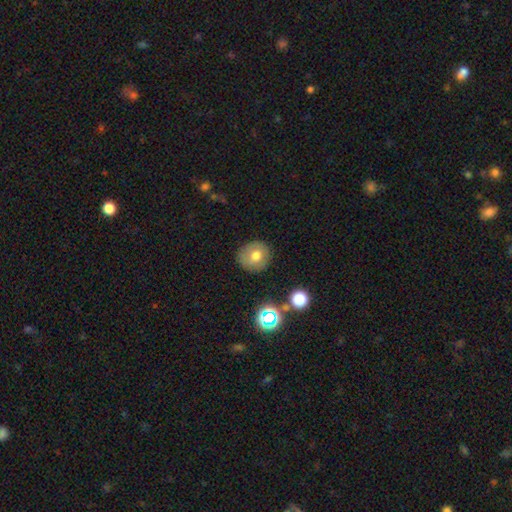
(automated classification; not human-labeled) A smooth galaxy with no disk features (70%) that is round (86%).

Vote fractions:
- Smooth or featured? smooth: 70% / featured or disk: 18% / star or artifact: 12%
- How rounded? round: 86% / in between: 13% / cigar-shaped: 1%
- Merging? none: 82% / minor disturbance: 12% / major disturbance: 4% / merger: 2%